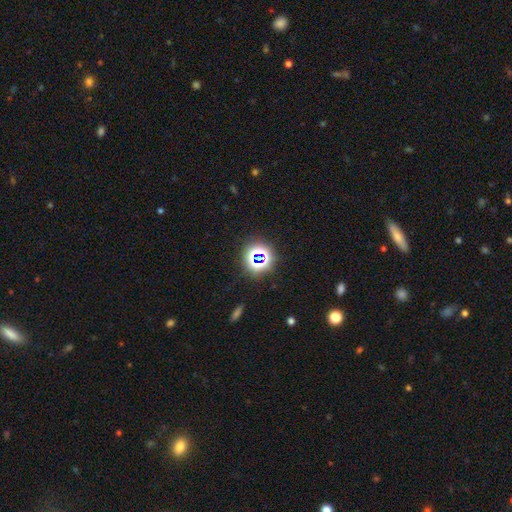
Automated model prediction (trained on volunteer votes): The model was most divided on "smooth or featured": star or artifact: 69%, smooth: 22%, featured or disk: 9%.